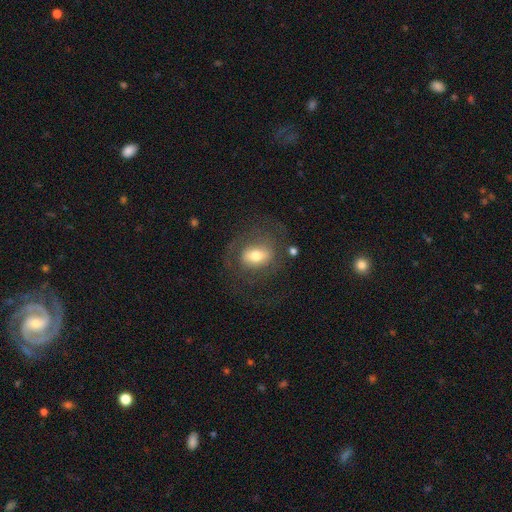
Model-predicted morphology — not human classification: smooth_or_featured: featured or disk (p=0.46) [alt: smooth p=0.45]
merging: none (p=0.57) [alt: major disturbance p=0.22]